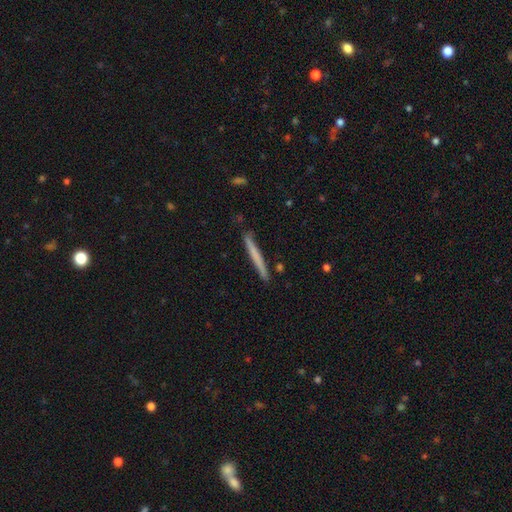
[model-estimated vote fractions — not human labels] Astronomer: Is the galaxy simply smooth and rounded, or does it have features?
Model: smooth — 59% (runner-up: featured or disk, 36%).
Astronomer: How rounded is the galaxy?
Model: cigar-shaped — 97%.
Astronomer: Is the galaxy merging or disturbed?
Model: none — 89%.